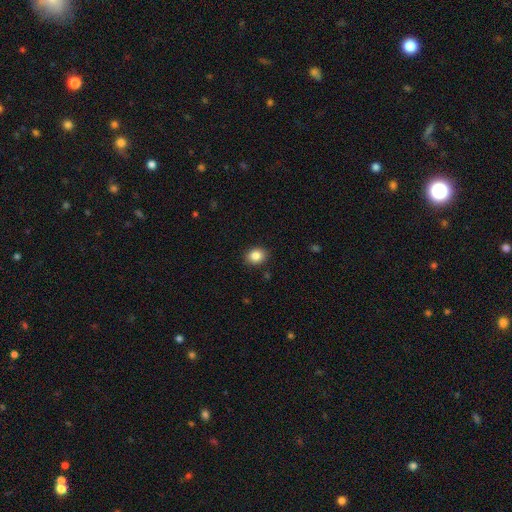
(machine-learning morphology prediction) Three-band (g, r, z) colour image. It shows a smooth galaxy with no disk features (86%) that is round (52%). Merging: none (90%).